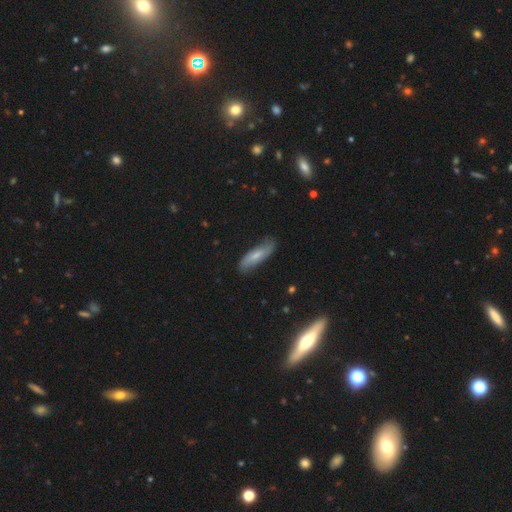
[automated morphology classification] Q: Smooth or featured?
A: smooth (55%); runner-up: featured or disk (38%)
Q: How rounded?
A: cigar-shaped (52%); runner-up: in between (46%)
Q: Merging?
A: none (77%); runner-up: minor disturbance (18%)